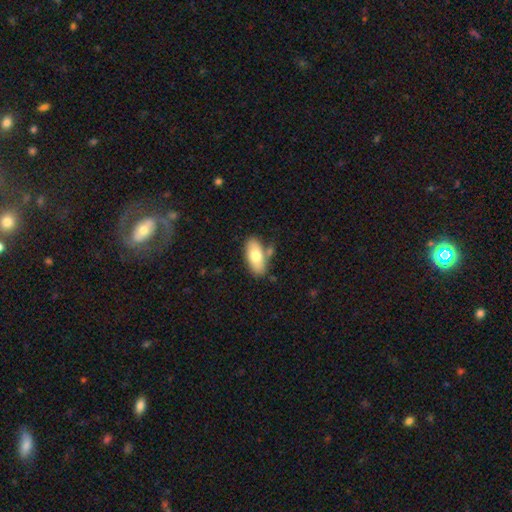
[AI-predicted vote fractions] Smooth or featured: smooth — 73% (featured or disk — 21%)
How rounded: in between — 89% (cigar-shaped — 8%)
Merging: none — 70% (minor disturbance — 15%)